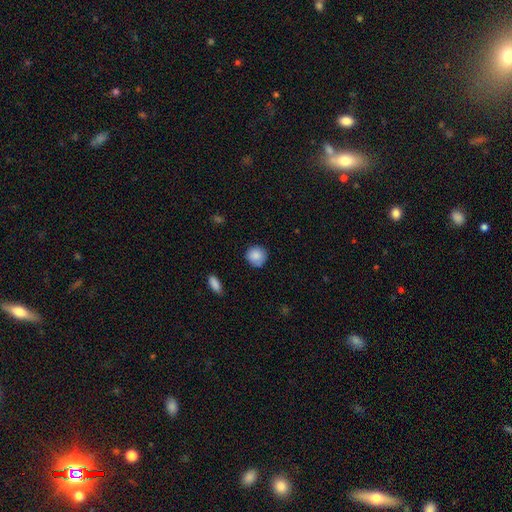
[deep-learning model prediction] smooth_or_featured: smooth (p=0.87) [alt: star or artifact p=0.08]
how_rounded: round (p=0.91) [alt: in between p=0.08]
merging: none (p=0.80) [alt: minor disturbance p=0.15]